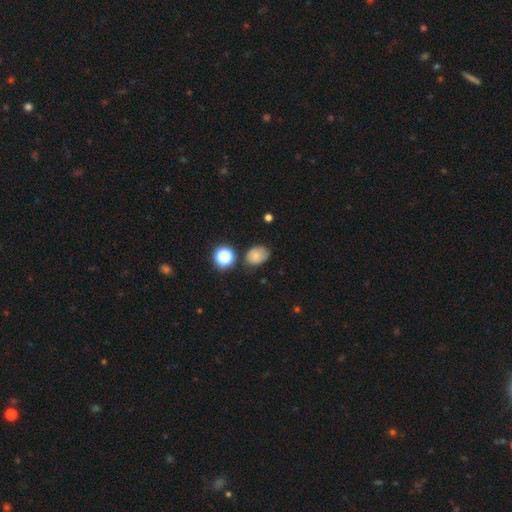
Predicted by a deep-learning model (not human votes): smooth 75%, star or artifact 14%, featured or disk 11%. Down the decision tree: how rounded — in between (62%); merging — none (64%).